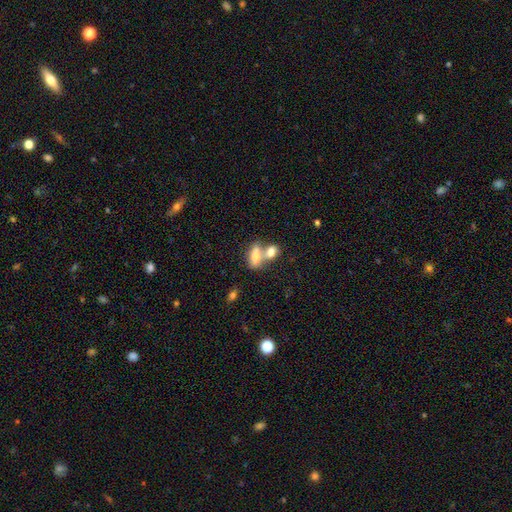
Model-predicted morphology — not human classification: Q: Smooth or featured?
A: smooth (72%); runner-up: featured or disk (19%)
Q: How rounded?
A: in between (74%); runner-up: cigar-shaped (18%)
Q: Merging?
A: merger (58%); runner-up: none (29%)